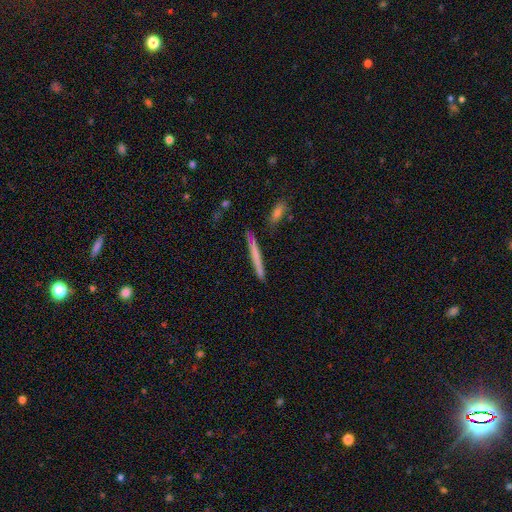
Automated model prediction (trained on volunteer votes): Smooth or featured? Predicted: smooth (p=0.57). How rounded? Predicted: cigar-shaped (p=0.96). Merging? Predicted: none (p=0.85).